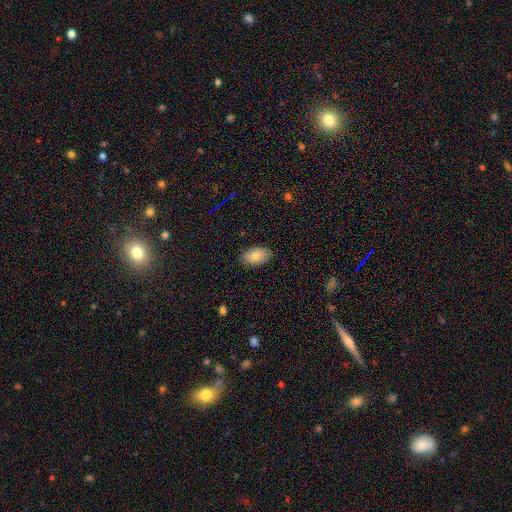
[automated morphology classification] smooth_or_featured: smooth (p=0.83) [alt: featured or disk p=0.10]
how_rounded: in between (p=0.93) [alt: round p=0.05]
merging: none (p=0.86) [alt: minor disturbance p=0.10]